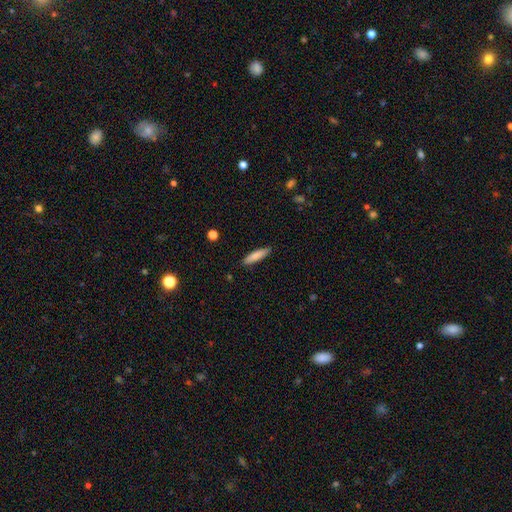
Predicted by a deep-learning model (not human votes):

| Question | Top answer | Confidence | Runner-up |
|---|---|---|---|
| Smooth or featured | smooth | 82% | featured or disk (12%) |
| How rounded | cigar-shaped | 78% | in between (21%) |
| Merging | none | 88% | minor disturbance (9%) |